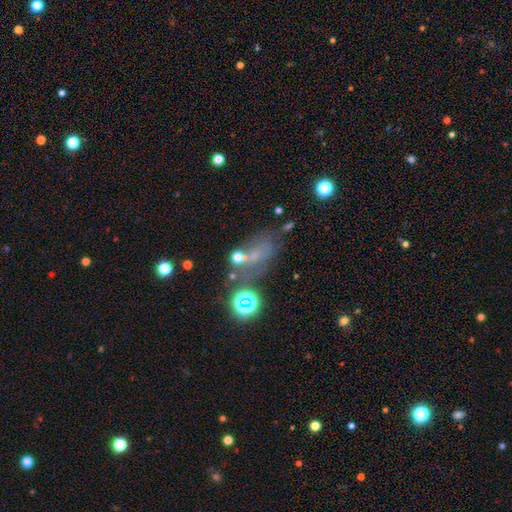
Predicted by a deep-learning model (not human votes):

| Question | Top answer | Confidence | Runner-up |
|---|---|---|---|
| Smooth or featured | smooth | 41% | star or artifact (31%) |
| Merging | none | 43% | minor disturbance (22%) |